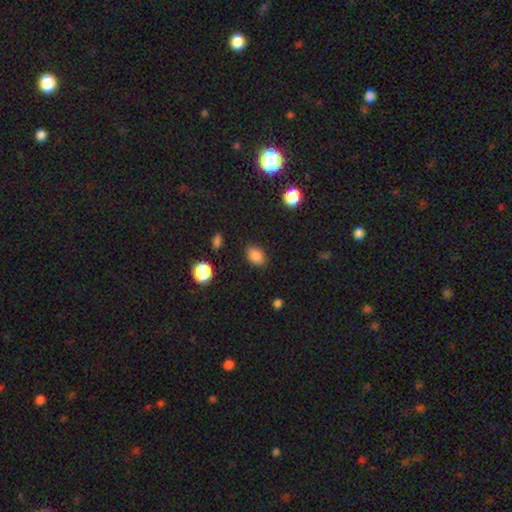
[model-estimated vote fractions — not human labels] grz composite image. It shows a smooth galaxy with no disk features (86%) that is in between round and cigar-shaped (76%). Merging: none (86%).